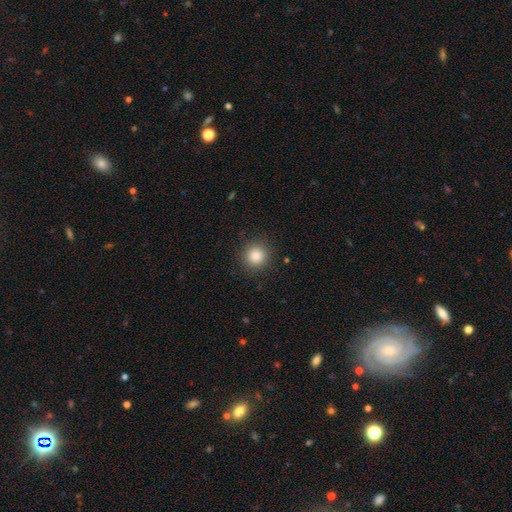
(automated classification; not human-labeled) The model was most divided on "smooth or featured": smooth: 85%, star or artifact: 11%, featured or disk: 5%. More confident: how rounded — round (94%); merging — none (90%).